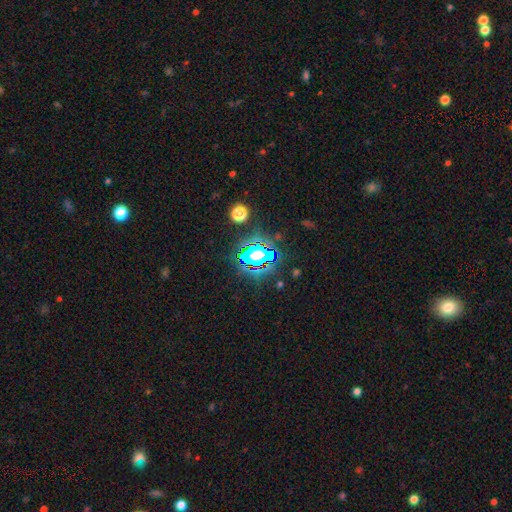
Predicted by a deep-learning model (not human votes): Smooth or featured? Predicted: star or artifact (p=0.59).